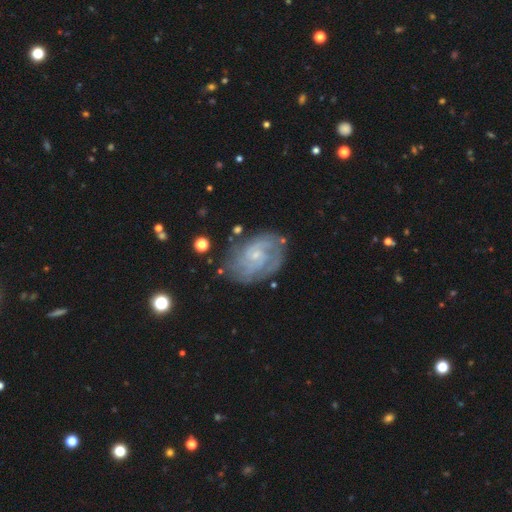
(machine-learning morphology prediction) This appears to be a featured or disk galaxy (84%) with no bar (66%), 2 (30%, tied with can't tell) tight (62%) spiral arms (95%) and a small central bulge (80%). Merging: none (72%).